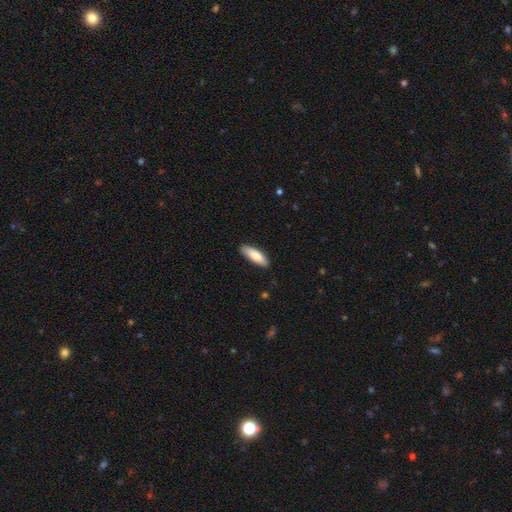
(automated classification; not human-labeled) The model was most divided on "how rounded": in between: 59%, cigar-shaped: 39%, round: 2%. More confident: merging — none (86%); smooth or featured — smooth (83%).